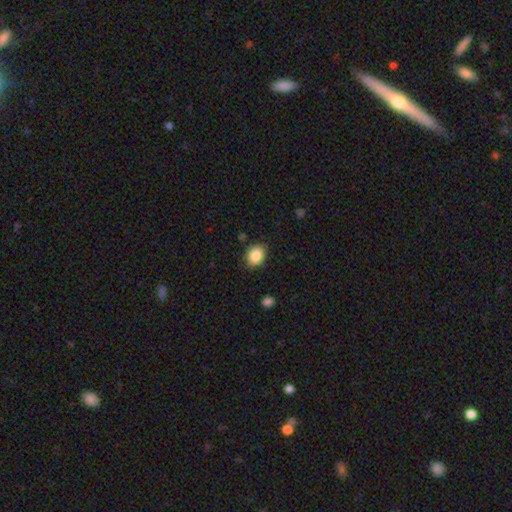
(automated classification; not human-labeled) A smooth galaxy with no disk features (88%) that is in between round and cigar-shaped (51%).

Vote fractions:
- Smooth or featured? smooth: 88% / star or artifact: 8% / featured or disk: 4%
- How rounded? in between: 51% / round: 48% / cigar-shaped: 1%
- Merging? none: 83% / minor disturbance: 13% / major disturbance: 3% / merger: 2%